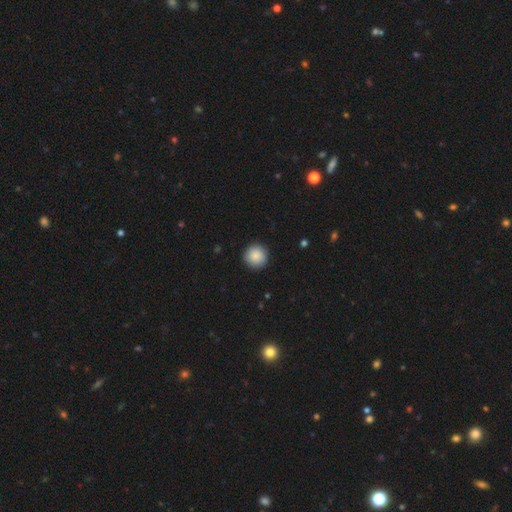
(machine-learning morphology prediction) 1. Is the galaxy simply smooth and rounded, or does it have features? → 88% smooth, 7% star or artifact, 4% featured or disk.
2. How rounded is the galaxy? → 96% round, 3% in between, 1% cigar-shaped.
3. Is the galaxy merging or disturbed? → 92% none, 6% minor disturbance, 2% major disturbance, 1% merger.